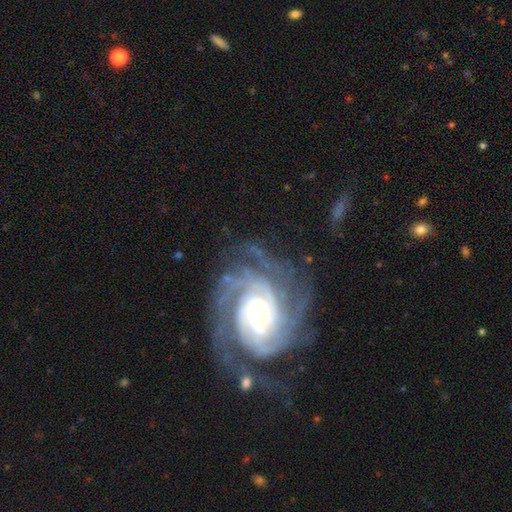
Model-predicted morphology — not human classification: Q: Smooth or featured?
A: featured or disk (90%); runner-up: star or artifact (6%)
Q: Edge-on disk?
A: no (98%); runner-up: yes (2%)
Q: Bar?
A: no (61%); runner-up: weak (25%)
Q: Spiral arms?
A: yes (98%); runner-up: no (2%)
Q: Spiral winding?
A: tight (71%); runner-up: medium (25%)
Q: Spiral arm count?
A: 3 (25%); runner-up: 4 (20%)
Q: Bulge size?
A: small (55%); runner-up: moderate (32%)
Q: Merging?
A: none (71%); runner-up: minor disturbance (16%)